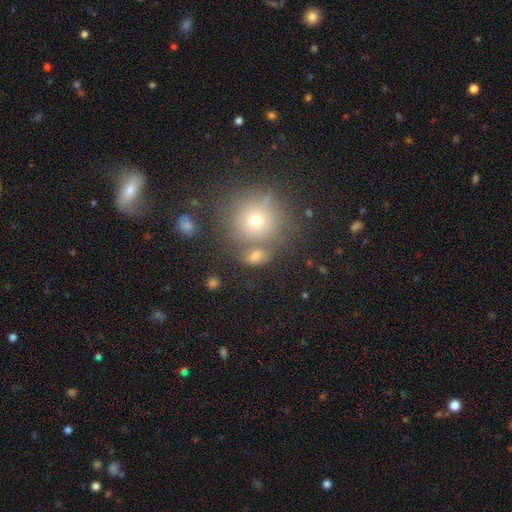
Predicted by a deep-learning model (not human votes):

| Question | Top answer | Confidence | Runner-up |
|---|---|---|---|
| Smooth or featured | smooth | 71% | star or artifact (17%) |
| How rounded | in between | 58% | round (39%) |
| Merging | none | 57% | merger (22%) |